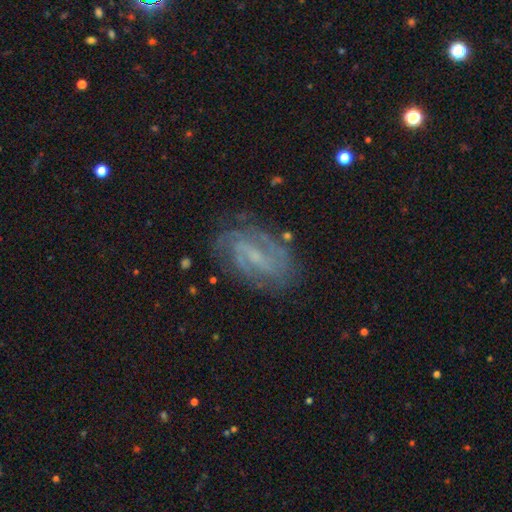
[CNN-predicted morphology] This is likely a featured or disk galaxy (79%). It is clearly not viewed edge-on (96%). Bar: possibly weak (51%). Spiral arm pattern: clearly yes (95%). Spiral arm count: possibly 2 (55%). Spiral winding: possibly tight (49%). Central bulge: likely small (65%). Merging: likely none (78%).